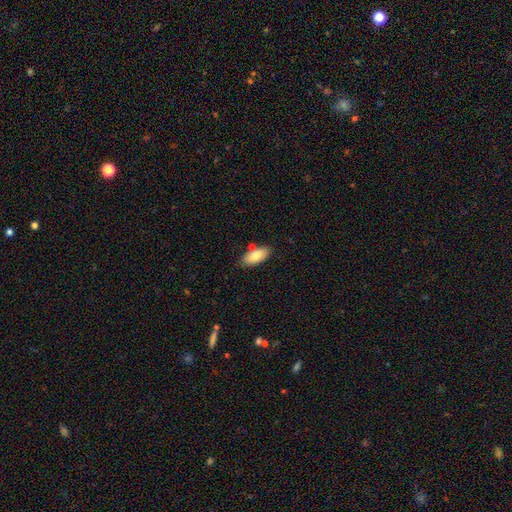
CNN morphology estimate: Smooth or featured?
  - smooth: 78% *
  - featured or disk: 15%
  - star or artifact: 7%
How rounded?
  - in between: 89% *
  - cigar-shaped: 8%
  - round: 2%
Merging?
  - none: 75% *
  - minor disturbance: 14%
  - merger: 9%
  - major disturbance: 3%